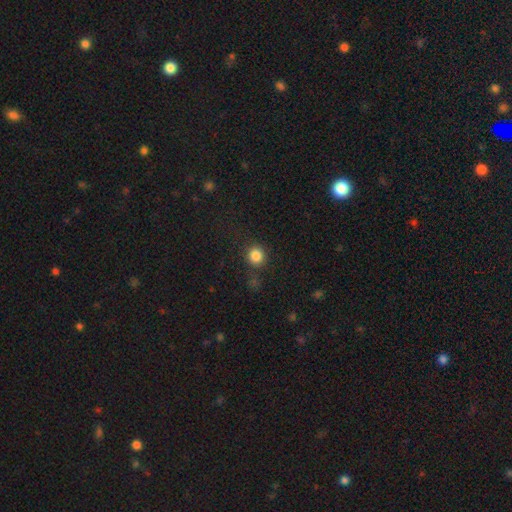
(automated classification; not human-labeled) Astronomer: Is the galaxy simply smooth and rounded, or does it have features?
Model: smooth — 85%.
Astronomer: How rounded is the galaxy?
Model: round — 89%.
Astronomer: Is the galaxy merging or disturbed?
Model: none — 82%.